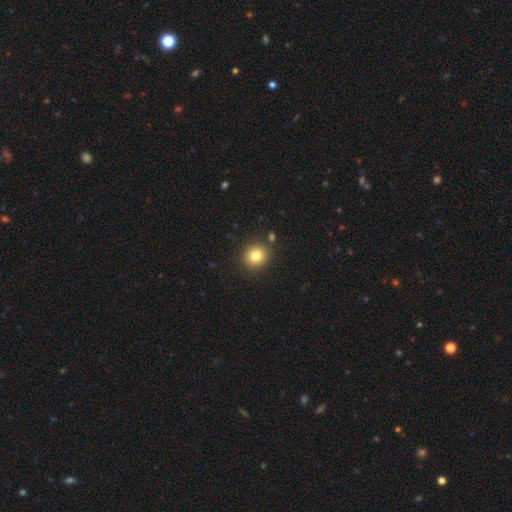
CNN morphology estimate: type=smooth (81%); roundness=round (88%); merging=none (86%).